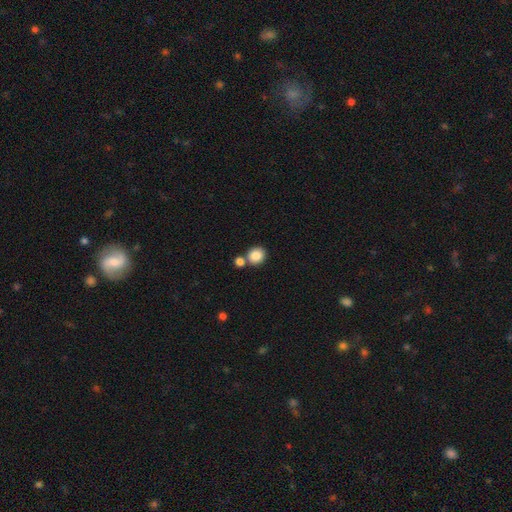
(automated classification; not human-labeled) Smooth or featured: smooth — 85% (star or artifact — 9%)
How rounded: round — 82% (in between — 17%)
Merging: none — 63% (merger — 27%)